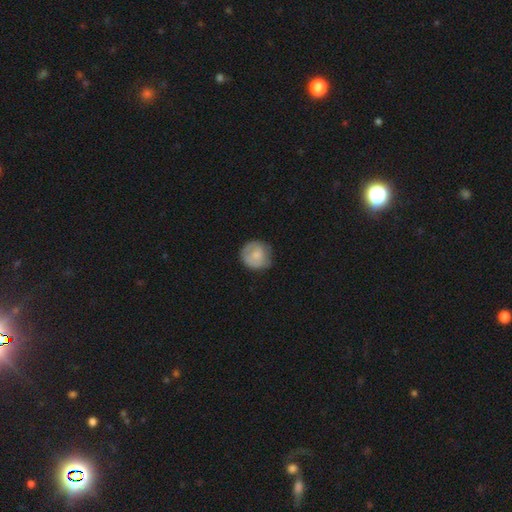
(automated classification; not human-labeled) smooth-or-featured: smooth: 68% | featured or disk: 25% | star or artifact: 6%
  how-rounded: round: 90% | in between: 9% | cigar-shaped: 1%
  merging: none: 69% | minor disturbance: 23% | major disturbance: 7% | merger: 1%